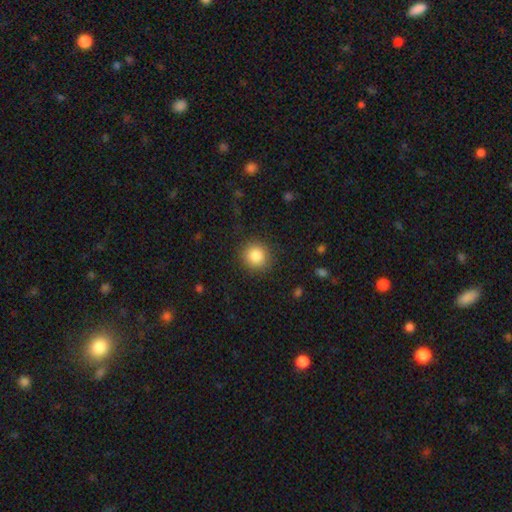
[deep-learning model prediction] This appears to be a smooth galaxy with no disk features (86%) that is round (89%). Merging: none (88%).